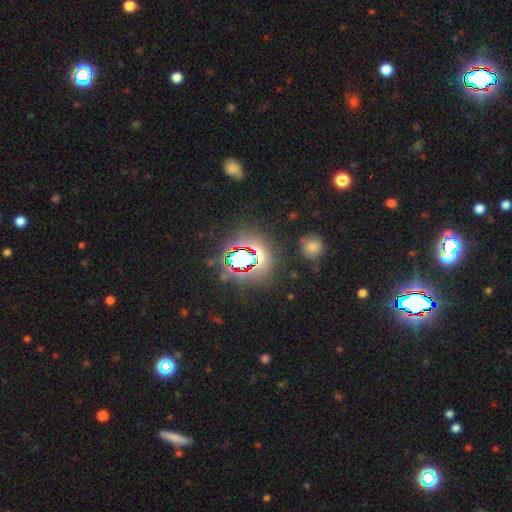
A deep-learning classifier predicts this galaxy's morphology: This appears to be a star or artifact, not a galaxy (72%).